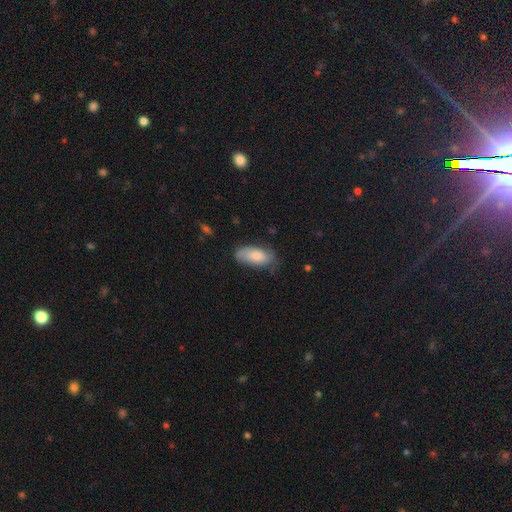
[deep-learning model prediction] This appears to be a smooth galaxy with no disk features (73%) that is in between round and cigar-shaped (90%). Merging: none (60%).